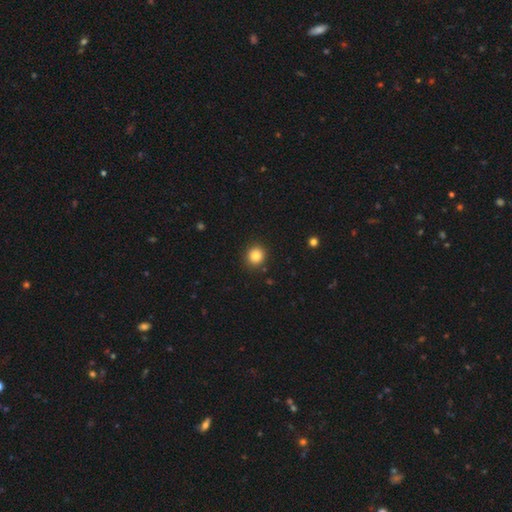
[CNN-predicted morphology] smooth-or-featured: smooth: 83% | star or artifact: 11% | featured or disk: 6%
  how-rounded: round: 90% | in between: 9% | cigar-shaped: 1%
  merging: none: 91% | minor disturbance: 6% | major disturbance: 2% | merger: 1%